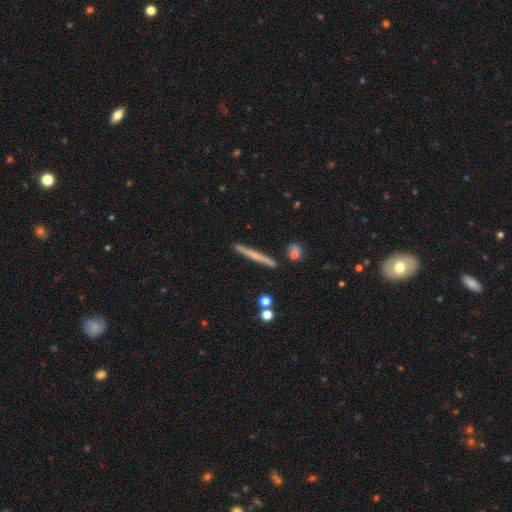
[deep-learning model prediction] Smooth or featured: smooth — 50% (featured or disk — 43%)
How rounded: cigar-shaped — 96% (in between — 2%)
Merging: none — 89% (minor disturbance — 7%)